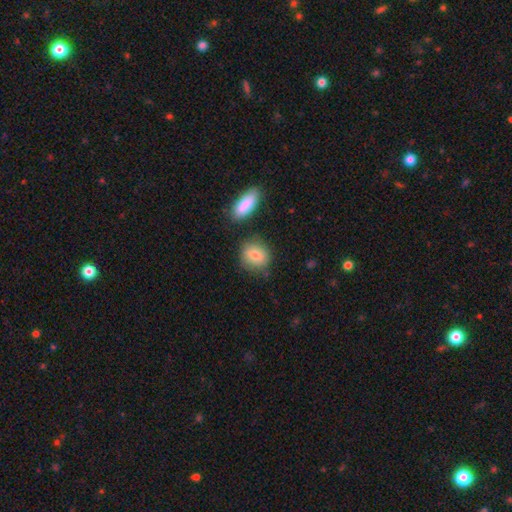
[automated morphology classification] This appears to be a smooth galaxy with no disk features (81%) that is round (63%). Merging: none (77%).